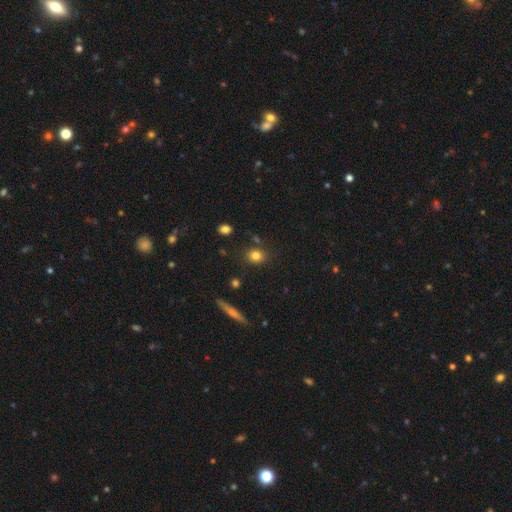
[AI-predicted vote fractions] Smooth or featured: smooth — 80% (star or artifact — 11%)
How rounded: round — 61% (in between — 36%)
Merging: none — 80% (minor disturbance — 11%)